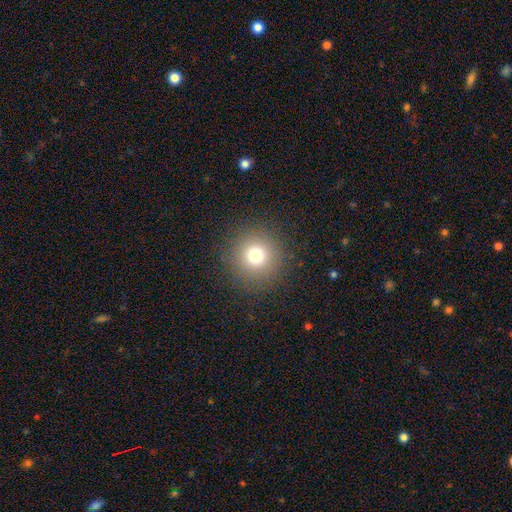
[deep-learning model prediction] This appears to be a smooth galaxy with no disk features (75%) that is round (96%). Merging: none (91%).